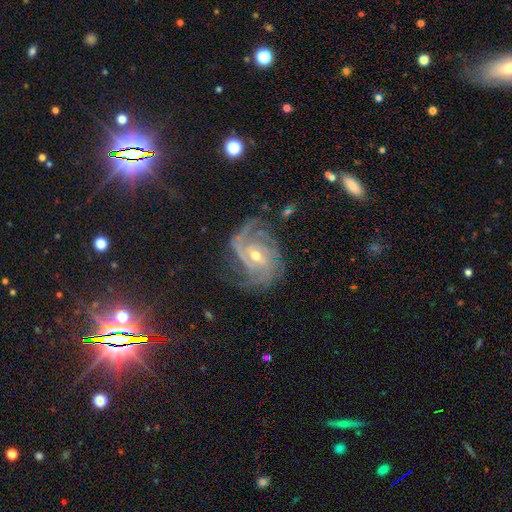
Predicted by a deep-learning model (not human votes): Q: Smooth or featured?
A: featured or disk (89%); runner-up: star or artifact (6%)
Q: Edge-on disk?
A: no (97%); runner-up: yes (3%)
Q: Bar?
A: weak (45%); runner-up: no (34%)
Q: Spiral arms?
A: yes (97%); runner-up: no (3%)
Q: Spiral winding?
A: tight (43%); runner-up: medium (42%)
Q: Spiral arm count?
A: 3 (29%); runner-up: 2 (26%)
Q: Bulge size?
A: moderate (53%); runner-up: small (43%)
Q: Merging?
A: none (63%); runner-up: minor disturbance (21%)